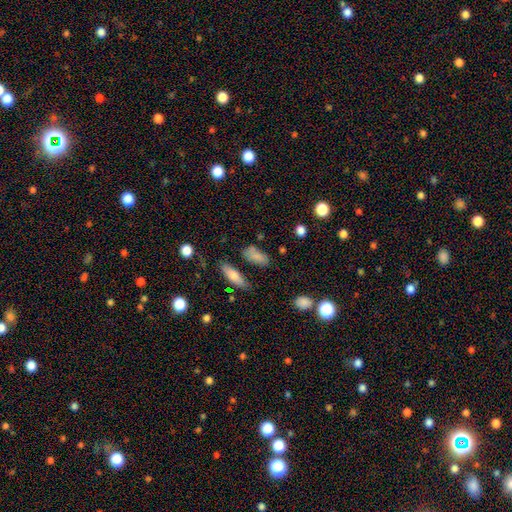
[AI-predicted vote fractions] smooth-or-featured: smooth: 78% | featured or disk: 11% | star or artifact: 10%
  how-rounded: in between: 83% | cigar-shaped: 12% | round: 5%
  merging: none: 61% | minor disturbance: 21% | merger: 11% | major disturbance: 7%